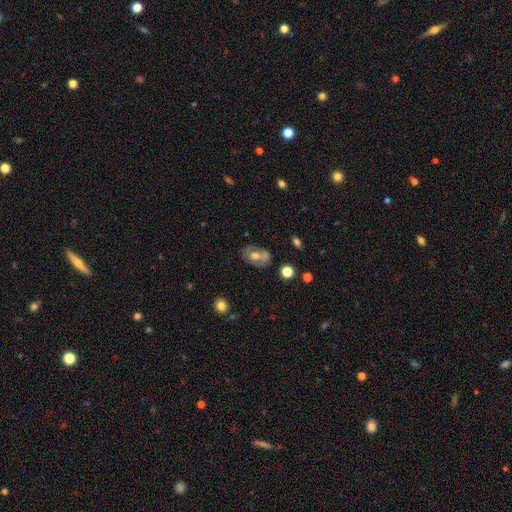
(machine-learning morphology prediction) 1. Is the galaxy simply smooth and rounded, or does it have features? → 46% smooth, 45% featured or disk, 9% star or artifact.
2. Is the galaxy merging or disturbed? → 62% none, 21% minor disturbance, 9% merger, 8% major disturbance.